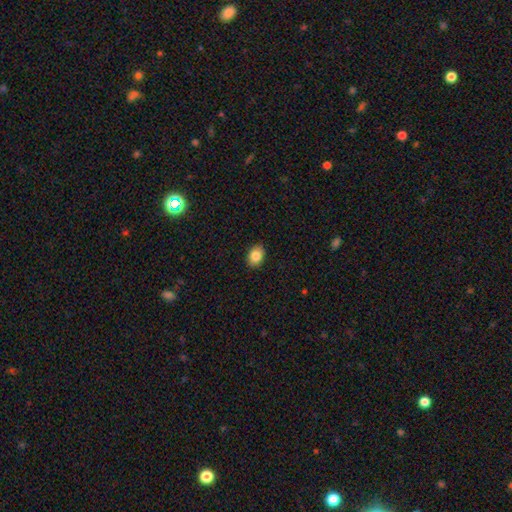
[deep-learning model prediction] The model was most divided on "how rounded": in between: 76%, round: 23%, cigar-shaped: 1%. More confident: merging — none (89%); smooth or featured — smooth (85%).